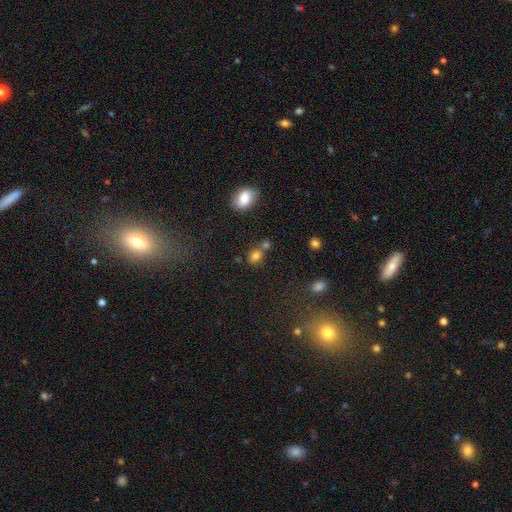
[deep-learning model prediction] This appears to be a smooth galaxy with no disk features (77%) that is round (58%). Merging: none (58%).